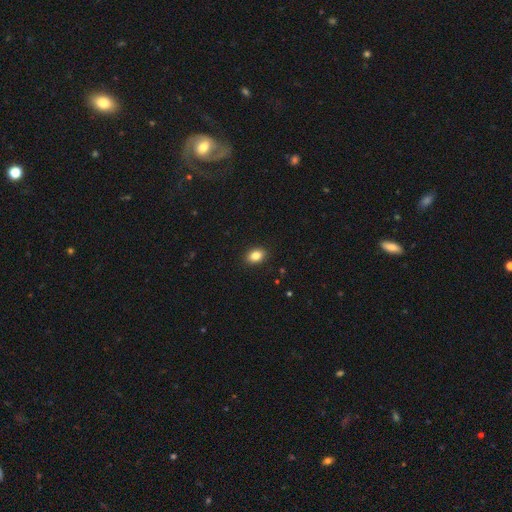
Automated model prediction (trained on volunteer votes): smooth-or-featured: smooth: 85% | star or artifact: 9% | featured or disk: 6%
  how-rounded: in between: 78% | round: 21% | cigar-shaped: 1%
  merging: none: 90% | minor disturbance: 7% | major disturbance: 2% | merger: 1%